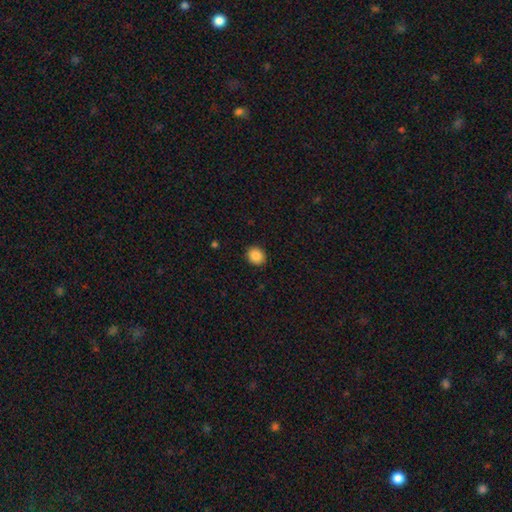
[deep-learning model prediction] Smooth or featured? Predicted: smooth (p=0.87). How rounded? Predicted: round (p=0.77). Merging? Predicted: none (p=0.91).